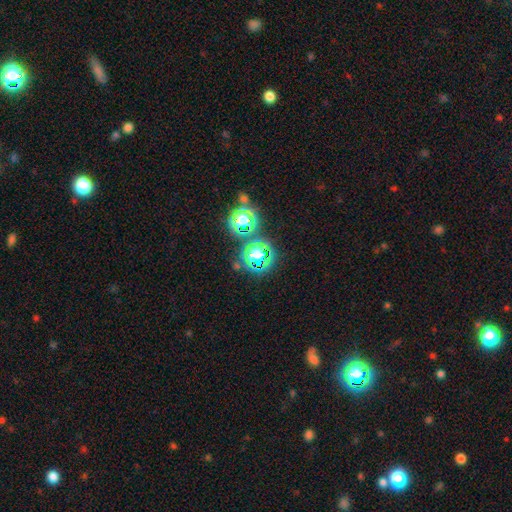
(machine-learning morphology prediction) star or artifact 60%, smooth 31%, featured or disk 9%.